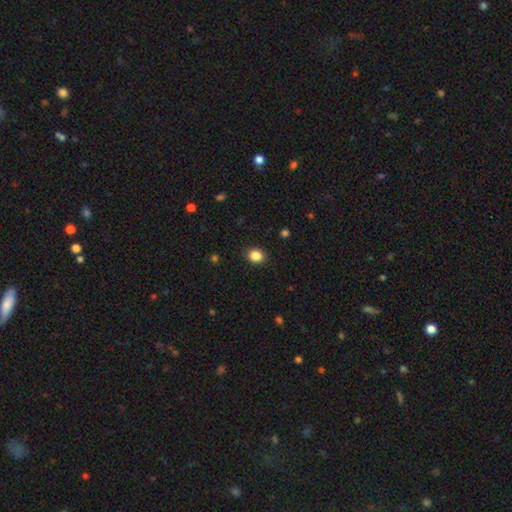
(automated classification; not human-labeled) Smooth or featured?
  - smooth: 86% *
  - star or artifact: 11%
  - featured or disk: 4%
How rounded?
  - round: 68% *
  - in between: 31%
  - cigar-shaped: 1%
Merging?
  - none: 89% *
  - minor disturbance: 7%
  - major disturbance: 2%
  - merger: 1%